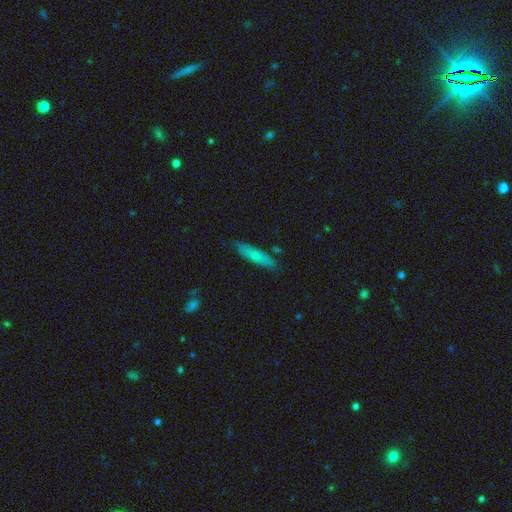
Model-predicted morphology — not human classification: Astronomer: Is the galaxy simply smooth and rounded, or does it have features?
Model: smooth — 71%.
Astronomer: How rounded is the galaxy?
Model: cigar-shaped — 77%.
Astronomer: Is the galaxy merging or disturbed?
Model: none — 82%.